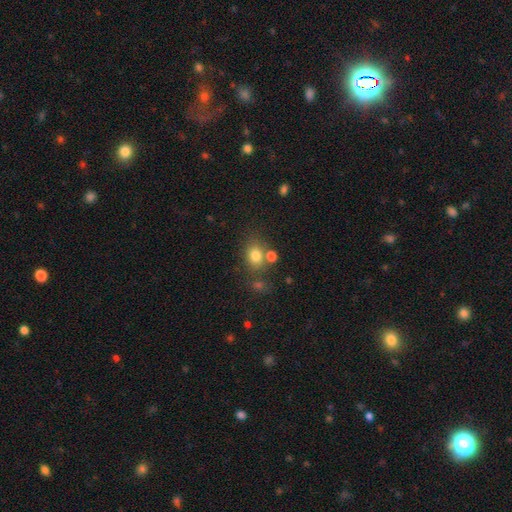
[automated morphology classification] Overall: smooth (77%). How rounded: in between (53%; round 46%). Merging: none (62%).